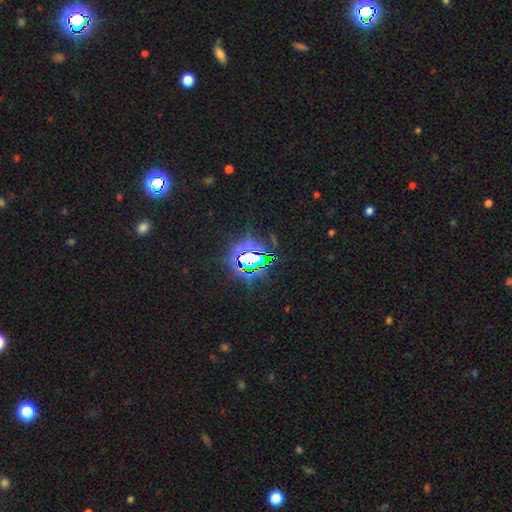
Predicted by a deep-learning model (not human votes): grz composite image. It shows a star or artifact, not a galaxy (84%).